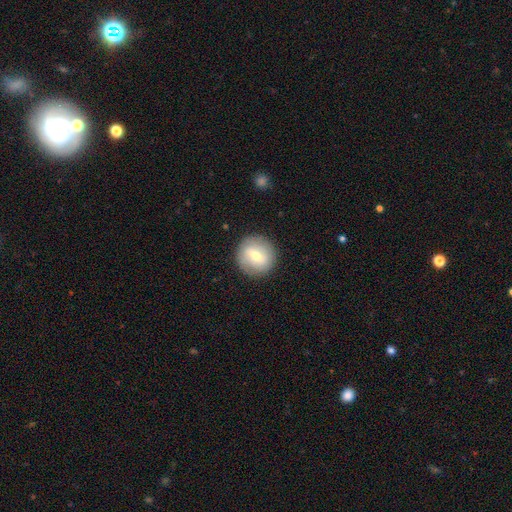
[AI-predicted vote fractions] smooth_or_featured: smooth (p=0.60) [alt: featured or disk p=0.32]
how_rounded: round (p=0.93) [alt: in between p=0.06]
merging: none (p=0.89) [alt: minor disturbance p=0.08]